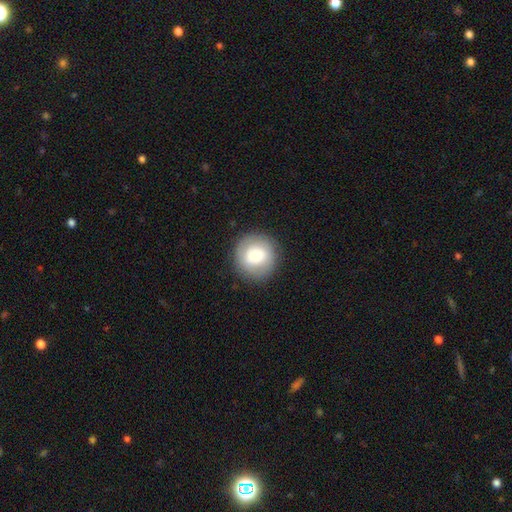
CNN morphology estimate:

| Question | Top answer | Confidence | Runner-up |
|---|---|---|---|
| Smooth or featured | smooth | 70% | featured or disk (22%) |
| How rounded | round | 94% | in between (5%) |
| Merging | none | 88% | minor disturbance (8%) |